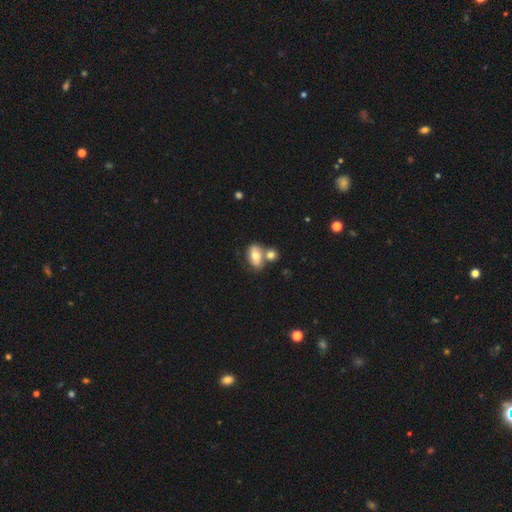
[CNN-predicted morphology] type=smooth (69%); roundness=in between (84%); merging=merger (44%).